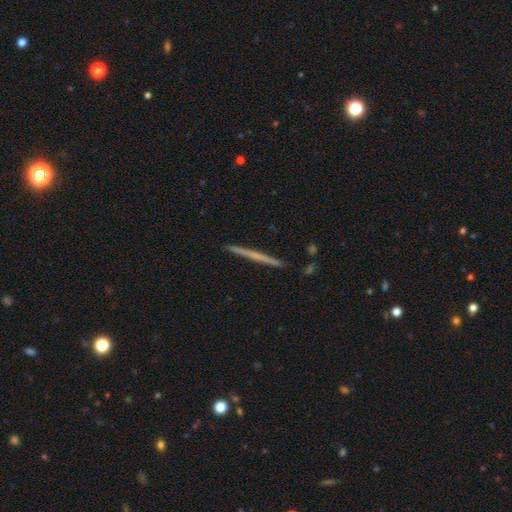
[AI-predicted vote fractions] The model was most divided on "smooth or featured": featured or disk: 56%, smooth: 39%, star or artifact: 5%. More confident: edge-on disk — yes (98%); merging — none (92%); edge-on bulge — none (84%).